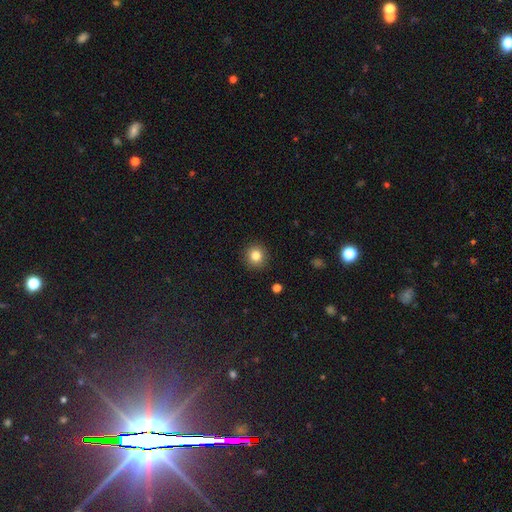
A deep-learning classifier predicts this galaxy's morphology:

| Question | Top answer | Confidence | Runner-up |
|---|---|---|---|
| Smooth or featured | smooth | 83% | star or artifact (11%) |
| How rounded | round | 93% | in between (6%) |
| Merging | none | 91% | minor disturbance (6%) |